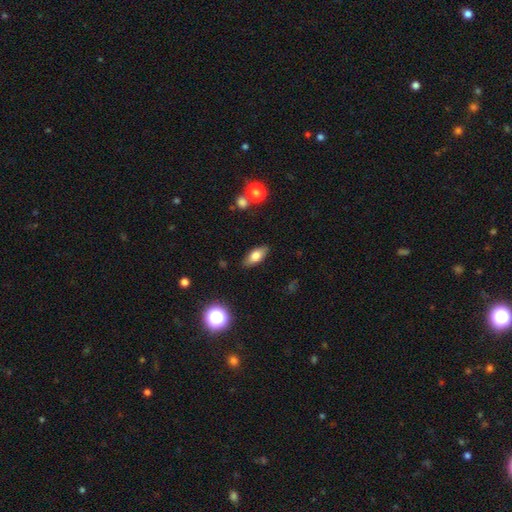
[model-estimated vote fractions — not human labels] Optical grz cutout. It shows a smooth galaxy with no disk features (75%) that is in between round and cigar-shaped (81%). Merging: none (86%).